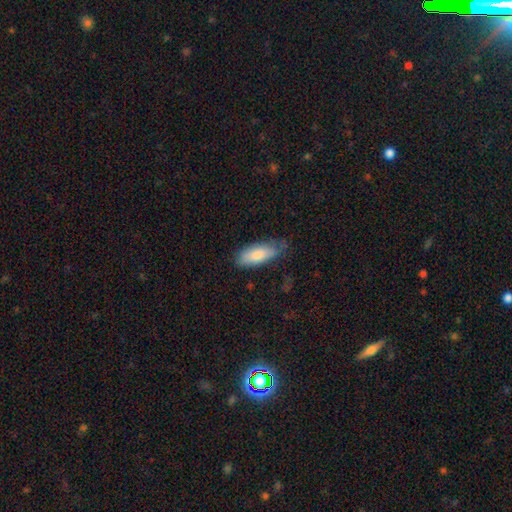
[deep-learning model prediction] Smooth or featured? Predicted: smooth (p=0.80). How rounded? Predicted: in between (p=0.74). Merging? Predicted: none (p=0.67).